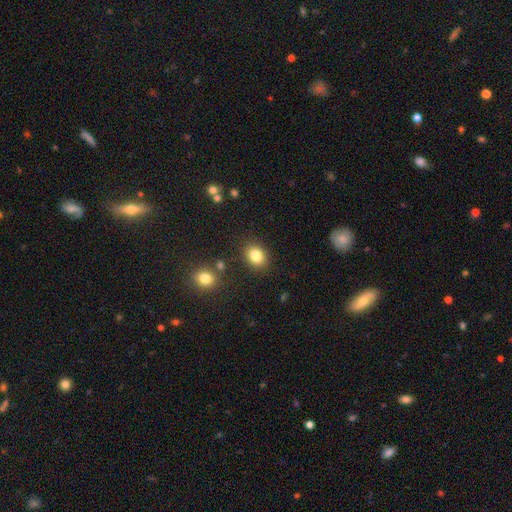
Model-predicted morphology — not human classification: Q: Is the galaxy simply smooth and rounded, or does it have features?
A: smooth — 83%.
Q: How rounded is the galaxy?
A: round — 55%.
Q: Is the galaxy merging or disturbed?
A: none — 84%.